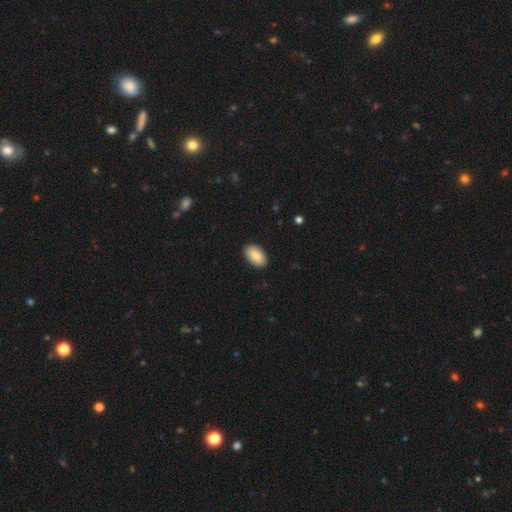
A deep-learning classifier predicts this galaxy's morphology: Smooth or featured?
  - smooth: 85% *
  - featured or disk: 9%
  - star or artifact: 6%
How rounded?
  - in between: 94% *
  - round: 4%
  - cigar-shaped: 1%
Merging?
  - none: 89% *
  - minor disturbance: 8%
  - major disturbance: 2%
  - merger: 1%